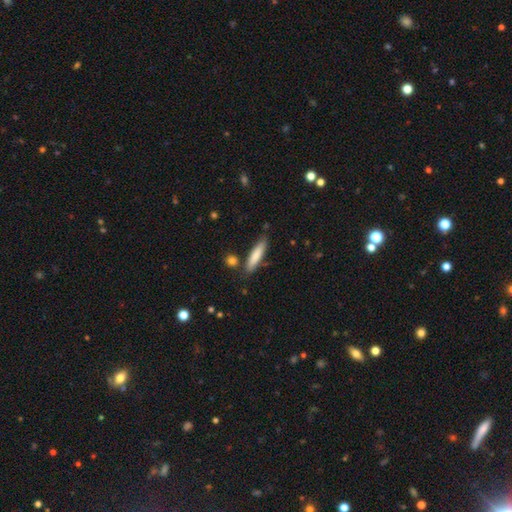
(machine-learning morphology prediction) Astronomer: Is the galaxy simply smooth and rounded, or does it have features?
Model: smooth — 79%.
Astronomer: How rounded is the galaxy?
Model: cigar-shaped — 79%.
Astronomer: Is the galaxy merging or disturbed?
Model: none — 79%.